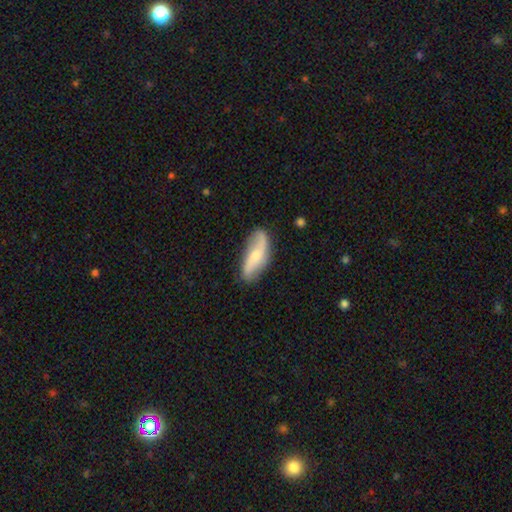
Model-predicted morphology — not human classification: Smooth or featured? Predicted: featured or disk (p=0.61). Edge-on disk? Predicted: no (p=0.88). Bar? Predicted: no (p=0.51). Spiral arms? Predicted: yes (p=0.91). Bulge size? Predicted: small (p=0.45). Merging? Predicted: none (p=0.75).